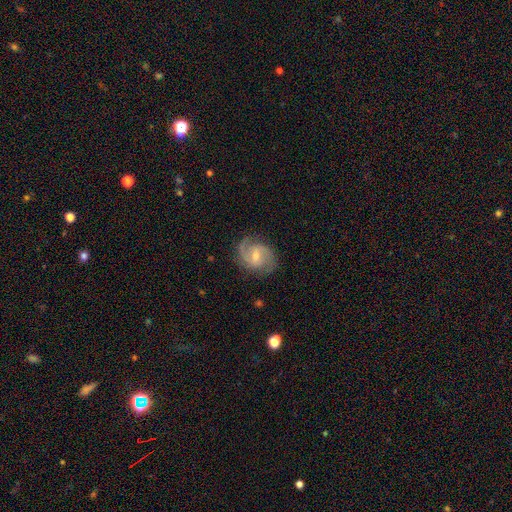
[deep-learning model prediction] This is clearly a featured or disk galaxy (85%). It is clearly not viewed edge-on (98%). Bar: likely weak (61%). Spiral arm pattern: clearly yes (97%). Spiral arm count: clearly 2 (89%). Spiral winding: possibly medium (57%). Central bulge: possibly small (48%). Merging: likely none (79%).